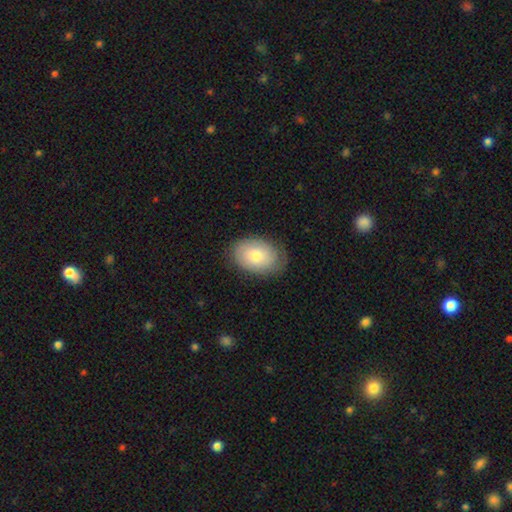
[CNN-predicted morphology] smooth 73%, featured or disk 21%, star or artifact 6%. Down the decision tree: how rounded — in between (84%); merging — none (76%).